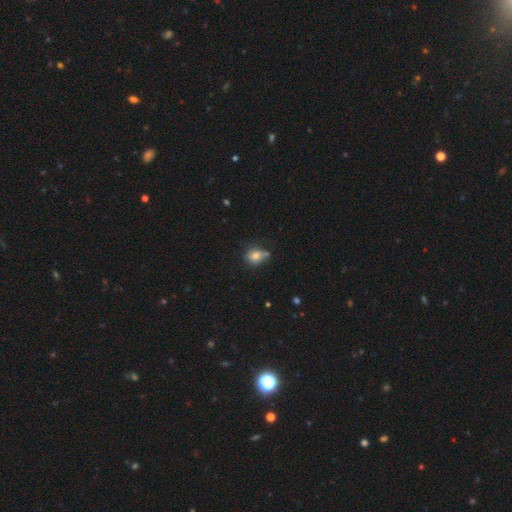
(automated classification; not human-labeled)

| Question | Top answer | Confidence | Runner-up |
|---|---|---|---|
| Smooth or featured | smooth | 78% | star or artifact (11%) |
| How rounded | round | 59% | in between (40%) |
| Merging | none | 54% | minor disturbance (26%) |